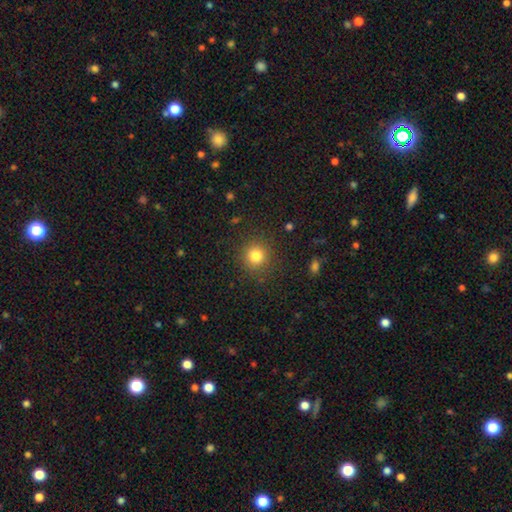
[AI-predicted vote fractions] smooth 81%, star or artifact 13%, featured or disk 6%. Down the decision tree: how rounded — round (93%); merging — none (88%).